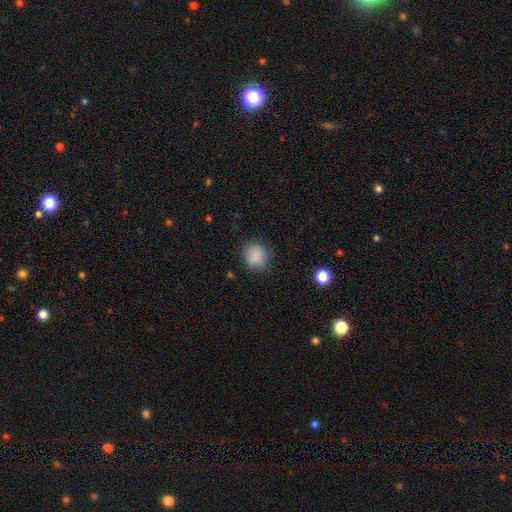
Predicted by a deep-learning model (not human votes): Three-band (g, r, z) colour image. It shows a smooth galaxy with no disk features (86%) that is round (82%). Merging: none (83%).